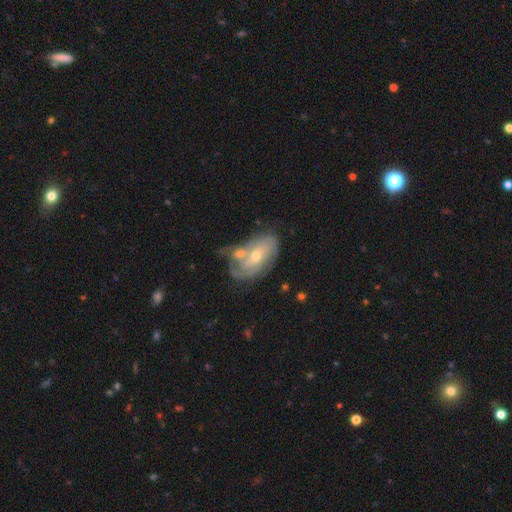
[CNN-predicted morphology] This appears to be a featured or disk galaxy (70%) with no bar (60%), tight (57%) spiral arms (78%) and a moderate central bulge (48%, tied with small). Merging: none (36%, tied with merger).